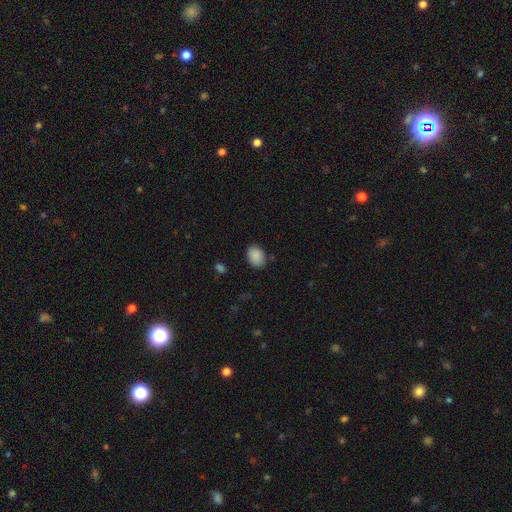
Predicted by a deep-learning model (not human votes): This is clearly a smooth galaxy (88%). How rounded: likely in between (69%). Merging: clearly none (83%).